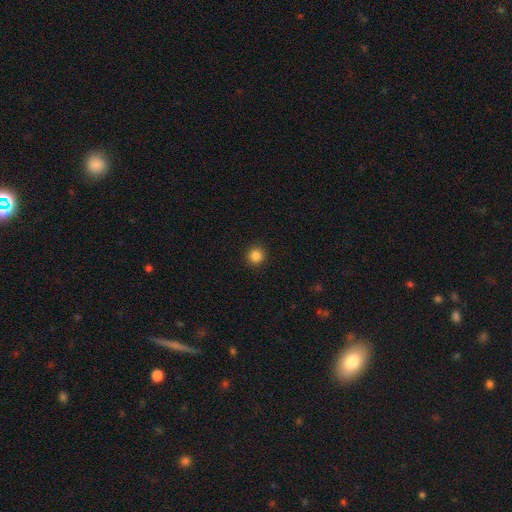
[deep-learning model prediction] smooth-or-featured: smooth: 85% | star or artifact: 11% | featured or disk: 3%
  how-rounded: round: 93% | in between: 6% | cigar-shaped: 1%
  merging: none: 92% | minor disturbance: 5% | major disturbance: 2% | merger: 1%